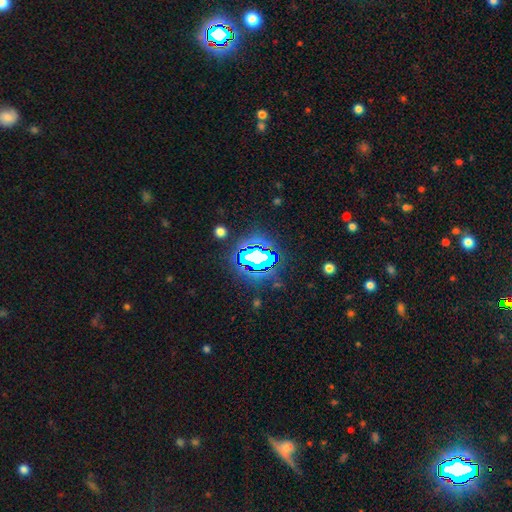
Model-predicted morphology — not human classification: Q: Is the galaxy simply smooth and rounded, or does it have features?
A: star or artifact — 73%.